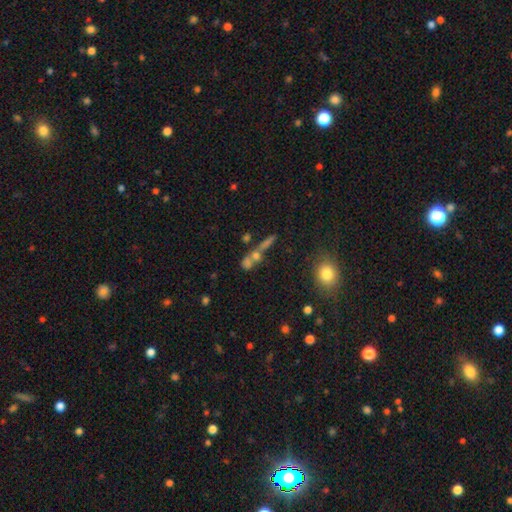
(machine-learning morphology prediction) The model was most divided on "smooth or featured": smooth: 38%, star or artifact: 31%, featured or disk: 30%. More confident: merging — none (56%).